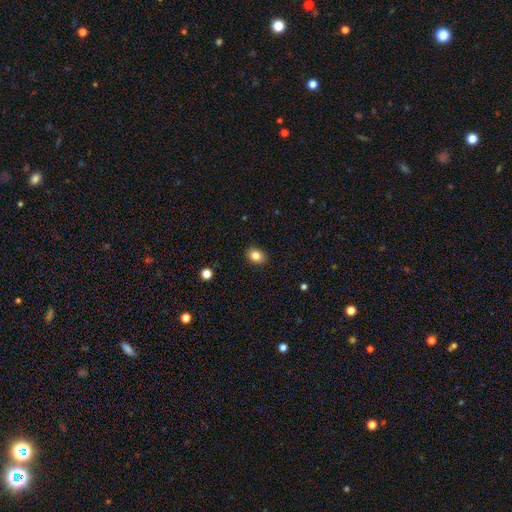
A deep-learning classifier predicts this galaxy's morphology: Smooth or featured? smooth (84%)
How rounded? in between (60%)
Merging? none (89%)